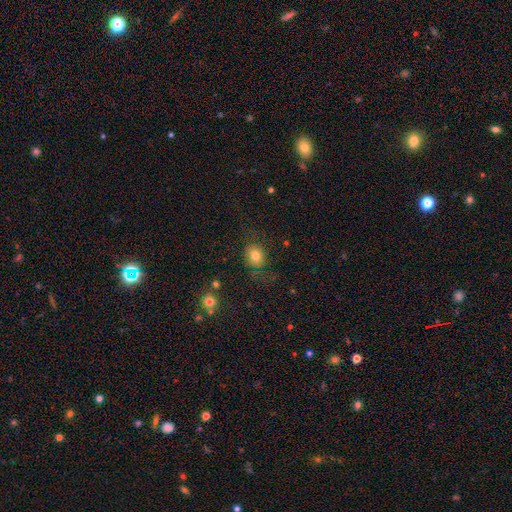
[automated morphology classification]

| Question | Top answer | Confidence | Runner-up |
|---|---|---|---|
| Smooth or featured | smooth | 79% | star or artifact (12%) |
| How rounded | round | 62% | in between (37%) |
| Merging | none | 76% | minor disturbance (16%) |